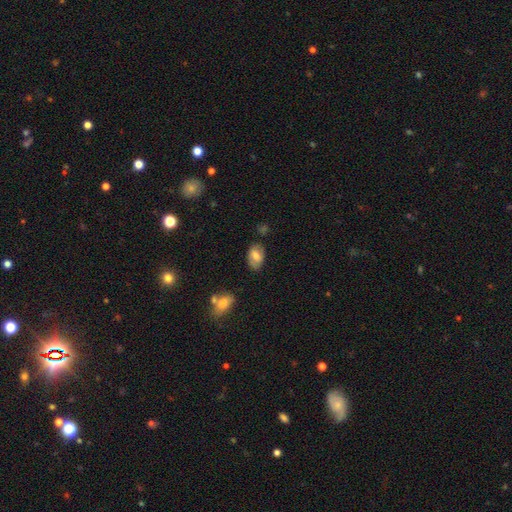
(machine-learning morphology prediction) This is likely a smooth galaxy (72%). How rounded: clearly in between (90%). Merging: likely none (75%).